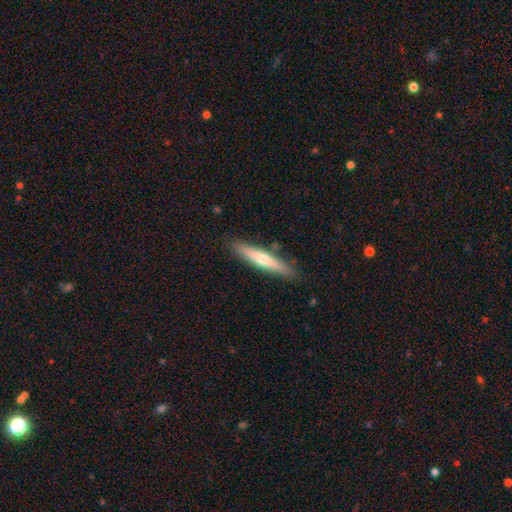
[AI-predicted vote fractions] smooth_or_featured: smooth (p=0.50) [alt: featured or disk p=0.44]
merging: none (p=0.88) [alt: minor disturbance p=0.09]